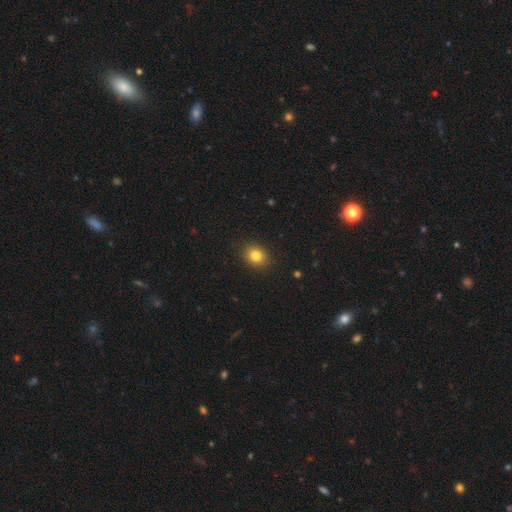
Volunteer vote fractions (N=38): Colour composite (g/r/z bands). It shows a smooth galaxy with no disk features (87%) that is round (58%). Merging: none (82%).